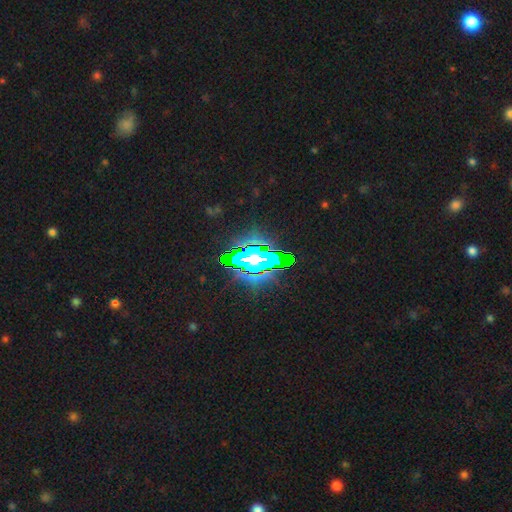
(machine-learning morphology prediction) Smooth or featured? Predicted: star or artifact (p=0.65).